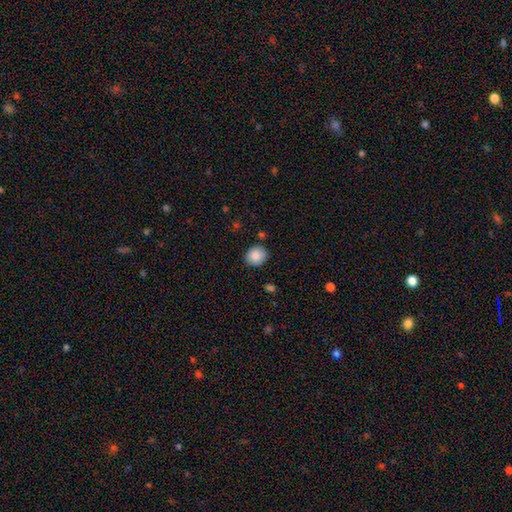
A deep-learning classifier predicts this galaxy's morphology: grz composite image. It shows a smooth galaxy with no disk features (87%) that is round (72%). Merging: none (85%).